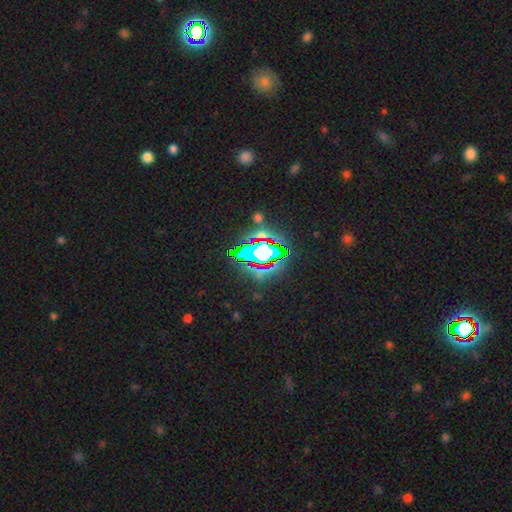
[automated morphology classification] Q: Smooth or featured?
A: star or artifact (82%); runner-up: smooth (10%)